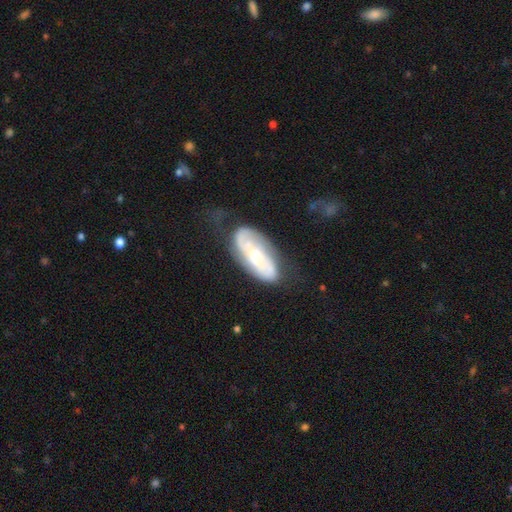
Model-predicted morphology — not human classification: Smooth or featured? Predicted: featured or disk (p=0.74). Edge-on disk? Predicted: no (p=0.92). Bar? Predicted: no (p=0.51). Spiral arms? Predicted: yes (p=0.86). Spiral winding? Predicted: tight (p=0.38). Spiral arm count? Predicted: 2 (p=0.66). Bulge size? Predicted: moderate (p=0.57). Merging? Predicted: none (p=0.62).